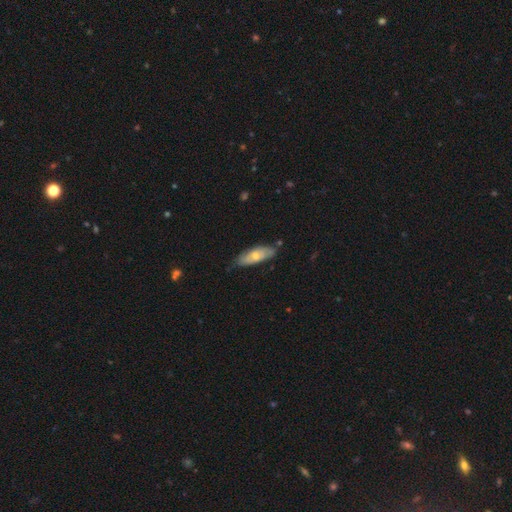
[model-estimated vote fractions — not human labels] Smooth or featured? smooth (54%)
How rounded? in between (68%)
Merging? none (70%)